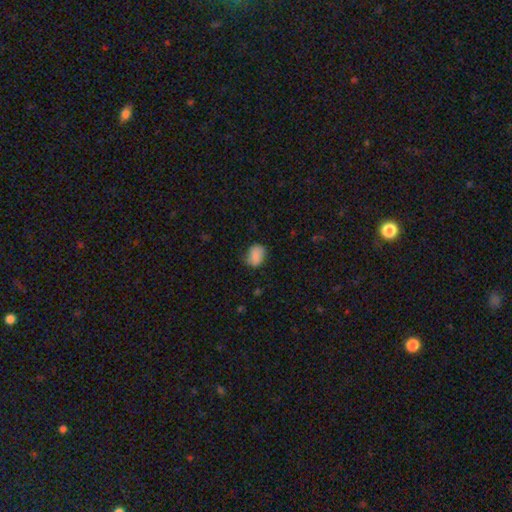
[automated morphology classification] The model was most divided on "how rounded": in between: 61%, round: 38%, cigar-shaped: 1%. More confident: smooth or featured — smooth (83%); merging — none (70%).